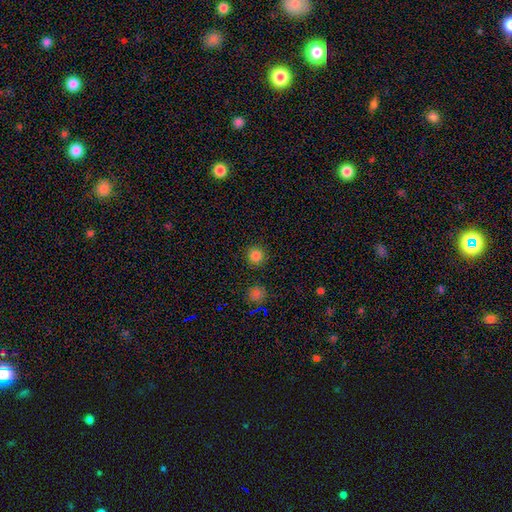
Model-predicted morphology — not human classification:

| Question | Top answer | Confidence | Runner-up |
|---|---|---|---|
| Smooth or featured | smooth | 83% | star or artifact (13%) |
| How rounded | round | 95% | in between (4%) |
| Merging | none | 91% | minor disturbance (5%) |